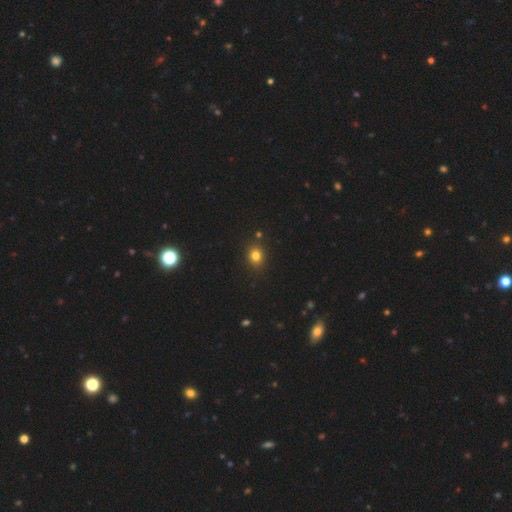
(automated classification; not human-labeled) This appears to be a smooth galaxy with no disk features (78%) that is round (63%). Merging: none (86%).